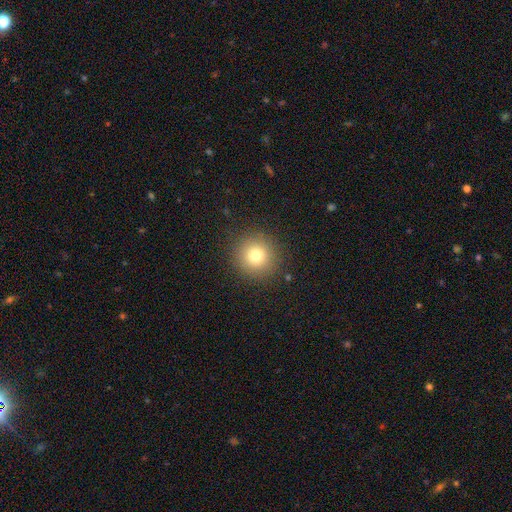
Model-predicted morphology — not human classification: This is likely a smooth galaxy (77%). How rounded: clearly round (95%). Merging: clearly none (90%).